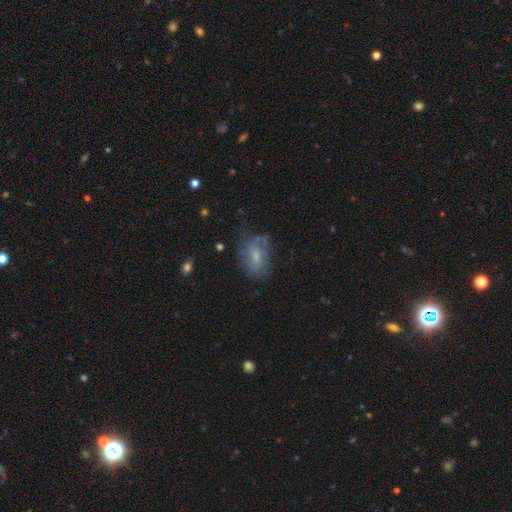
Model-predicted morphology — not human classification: This is possibly a featured or disk galaxy (55%). It is clearly not viewed edge-on (95%). Bar: possibly no (48%). Spiral arm pattern: likely yes (74%). Central bulge: possibly small (48%). Merging: possibly none (52%).